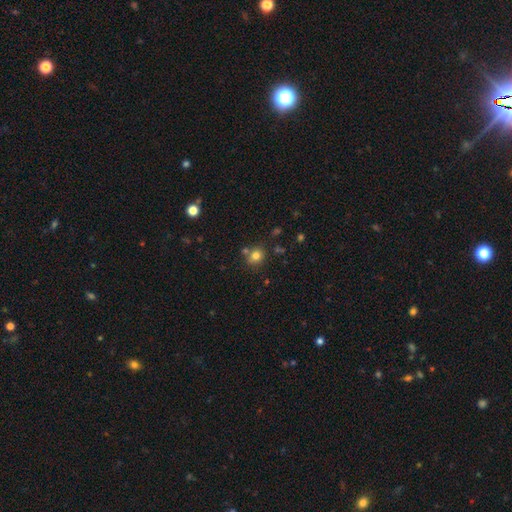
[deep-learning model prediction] Smooth or featured: smooth — 77% (star or artifact — 14%)
How rounded: round — 75% (in between — 24%)
Merging: none — 72% (merger — 13%)